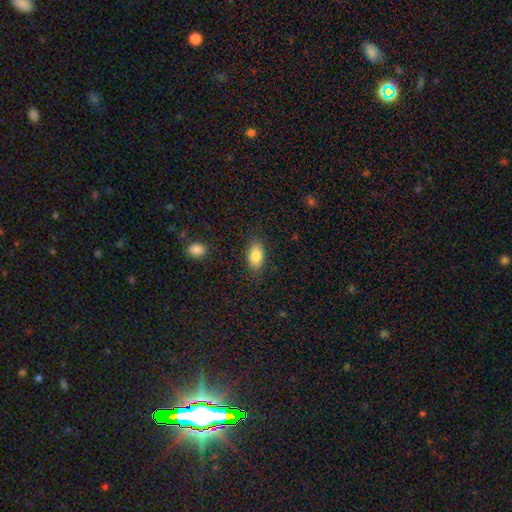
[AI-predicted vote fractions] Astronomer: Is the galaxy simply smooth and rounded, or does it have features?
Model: smooth — 85%.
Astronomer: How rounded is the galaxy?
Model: in between — 91%.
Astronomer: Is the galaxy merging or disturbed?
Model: none — 84%.